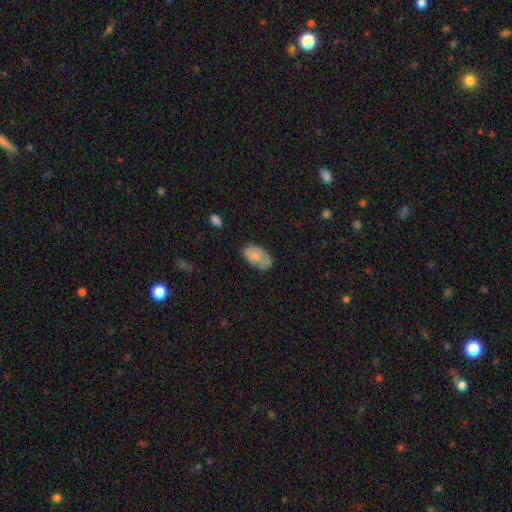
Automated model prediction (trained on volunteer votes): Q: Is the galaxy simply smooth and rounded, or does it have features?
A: smooth — 69%.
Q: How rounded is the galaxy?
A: in between — 92%.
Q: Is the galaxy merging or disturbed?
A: none — 57%.